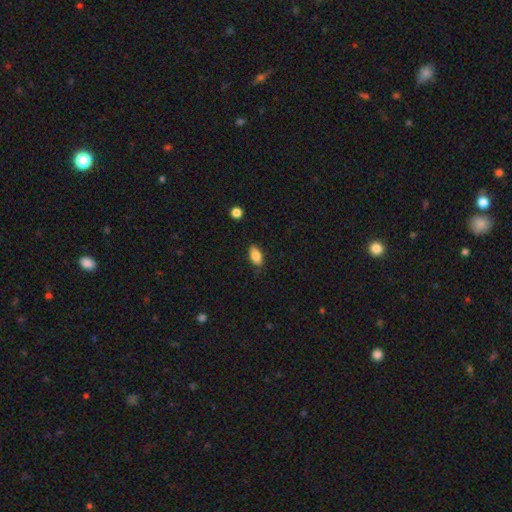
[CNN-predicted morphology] A smooth galaxy with no disk features (84%) that is in between round and cigar-shaped (91%).

Vote fractions:
- Smooth or featured? smooth: 84% / featured or disk: 8% / star or artifact: 8%
- How rounded? in between: 91% / cigar-shaped: 5% / round: 4%
- Merging? none: 84% / minor disturbance: 12% / major disturbance: 2% / merger: 1%